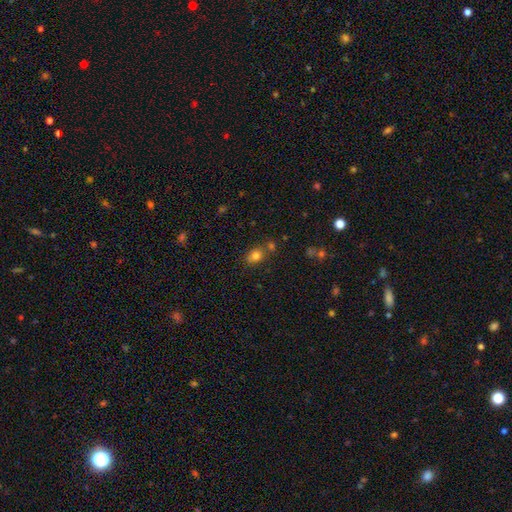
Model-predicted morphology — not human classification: Smooth or featured?
  - smooth: 79% *
  - star or artifact: 12%
  - featured or disk: 8%
How rounded?
  - in between: 58% *
  - round: 40%
  - cigar-shaped: 2%
Merging?
  - none: 65% *
  - merger: 16%
  - minor disturbance: 15%
  - major disturbance: 4%